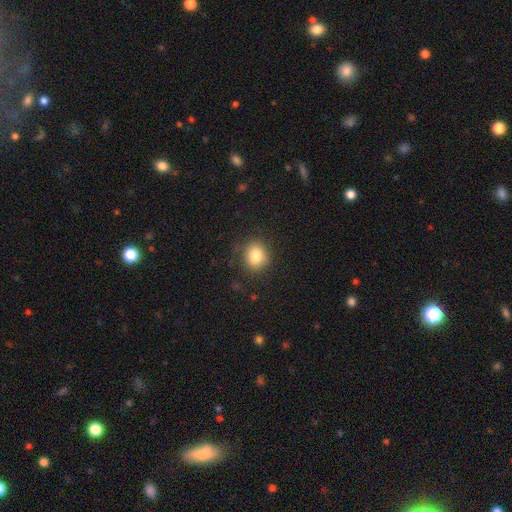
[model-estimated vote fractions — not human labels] smooth 82%, star or artifact 11%, featured or disk 8%. Down the decision tree: how rounded — round (73%); merging — none (81%).